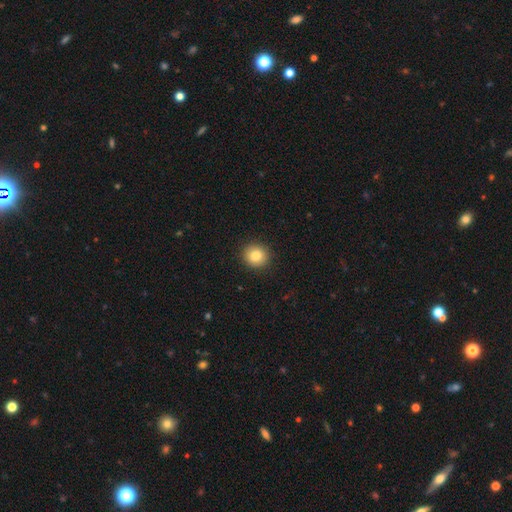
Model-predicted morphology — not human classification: smooth 84%, star or artifact 9%, featured or disk 6%. Down the decision tree: how rounded — round (88%); merging — none (92%).